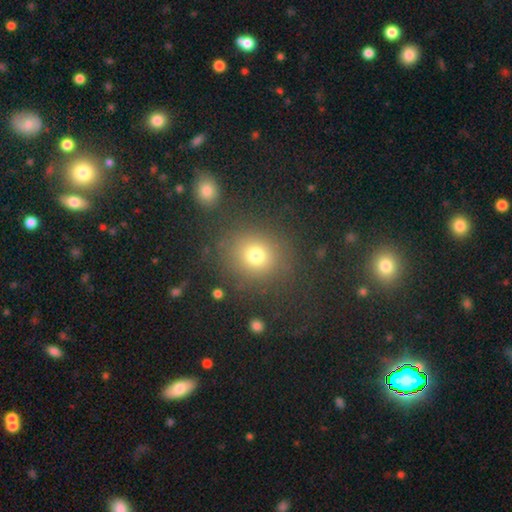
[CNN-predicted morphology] Smooth or featured?
  - smooth: 66% *
  - star or artifact: 24%
  - featured or disk: 9%
How rounded?
  - round: 85% *
  - in between: 14%
  - cigar-shaped: 1%
Merging?
  - none: 85% *
  - minor disturbance: 8%
  - major disturbance: 3%
  - merger: 3%